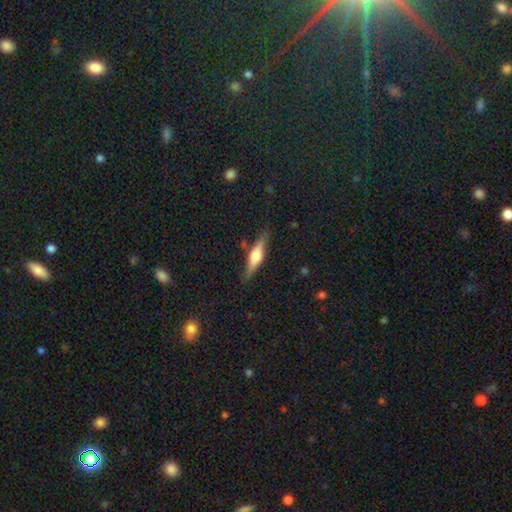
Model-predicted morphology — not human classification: Smooth or featured: featured or disk — 53% (smooth — 41%)
Edge-on disk: yes — 94% (no — 6%)
Merging: none — 82% (minor disturbance — 13%)